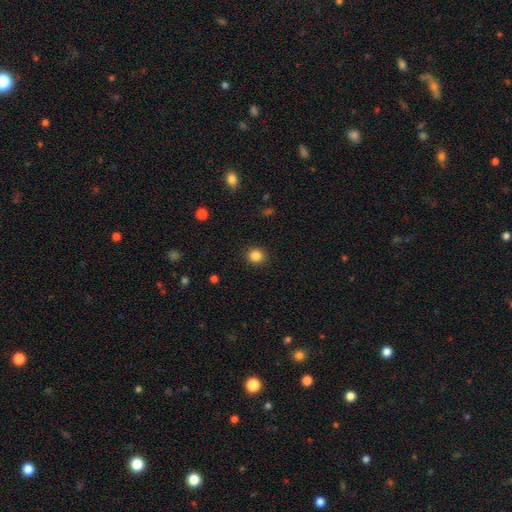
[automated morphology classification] Smooth or featured? smooth (85%)
How rounded? round (86%)
Merging? none (91%)